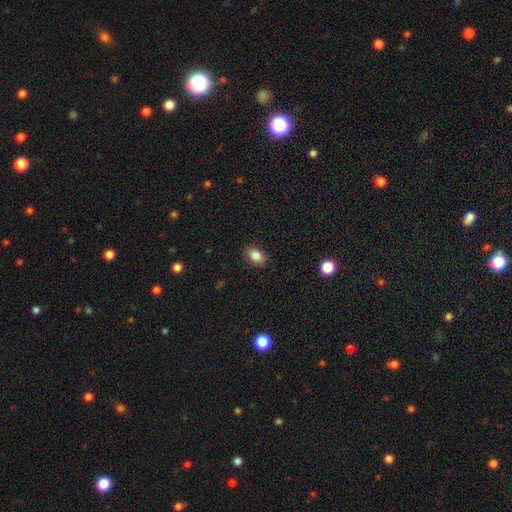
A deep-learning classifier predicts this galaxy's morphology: Overall: smooth (84%). How rounded: in between (76%). Merging: none (88%).